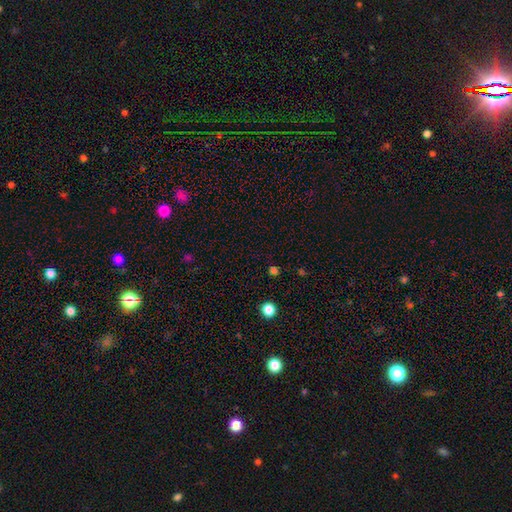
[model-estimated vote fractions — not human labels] Smooth or featured?
  - smooth: 50% *
  - star or artifact: 45%
  - featured or disk: 5%
How rounded?
  - round: 88% *
  - in between: 11%
  - cigar-shaped: 1%
Merging?
  - none: 85% *
  - minor disturbance: 7%
  - major disturbance: 4%
  - merger: 3%